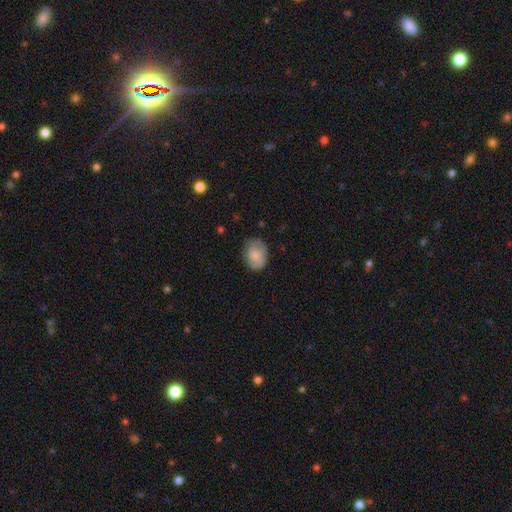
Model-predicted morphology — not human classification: This appears to be a smooth galaxy with no disk features (78%) that is in between round and cigar-shaped (69%). Merging: none (69%).